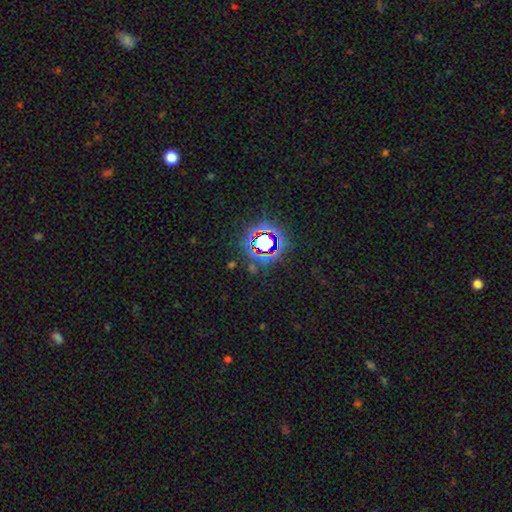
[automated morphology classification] Smooth or featured?
  - star or artifact: 78% *
  - smooth: 13%
  - featured or disk: 8%